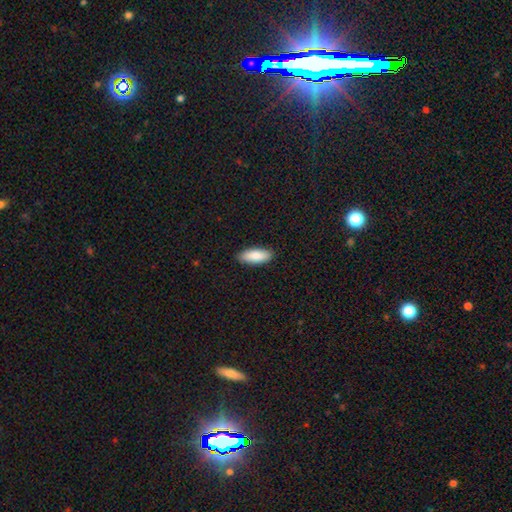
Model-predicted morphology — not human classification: A smooth galaxy with no disk features (87%) that is in between round and cigar-shaped (75%). Merging: none (89%).